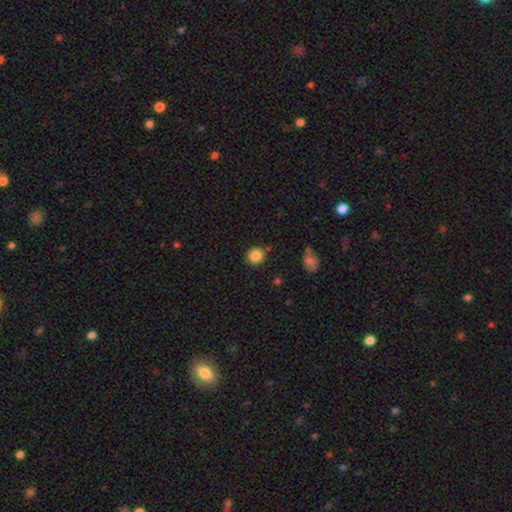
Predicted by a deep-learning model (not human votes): Q: Smooth or featured?
A: smooth (86%); runner-up: star or artifact (10%)
Q: How rounded?
A: round (90%); runner-up: in between (9%)
Q: Merging?
A: none (85%); runner-up: minor disturbance (9%)